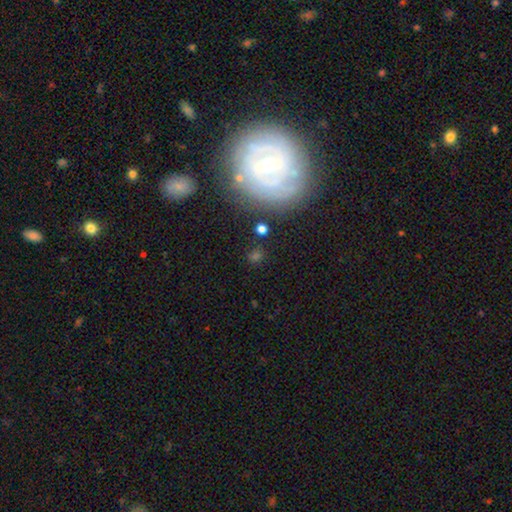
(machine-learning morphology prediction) A featured or disk galaxy (39%, tied with smooth). Merging: none (72%).